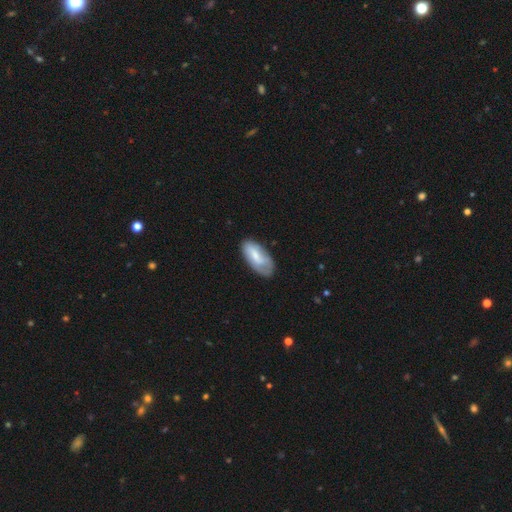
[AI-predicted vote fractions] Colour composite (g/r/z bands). It shows a smooth galaxy with no disk features (64%) that is in between round and cigar-shaped (90%). Merging: none (64%).